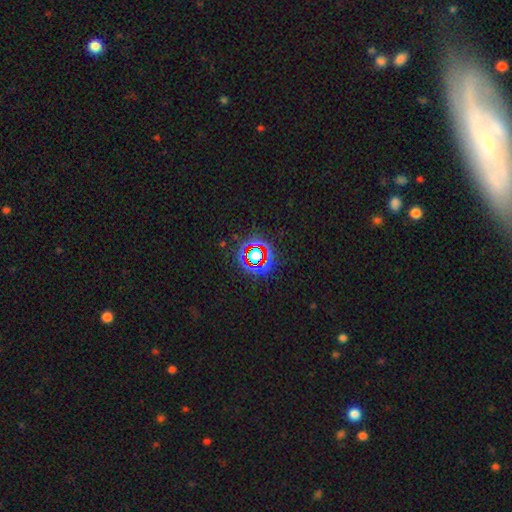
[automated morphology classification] Overall: star or artifact (71%).